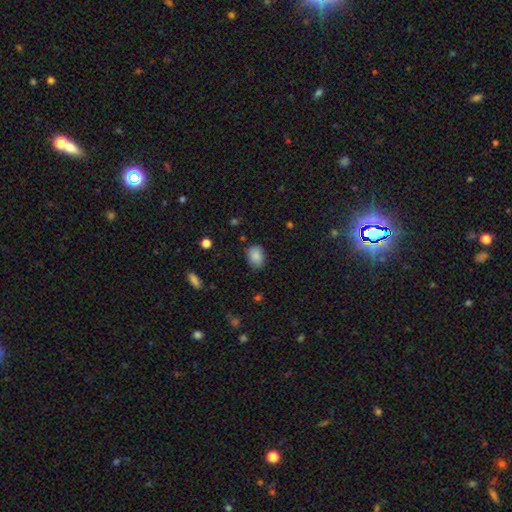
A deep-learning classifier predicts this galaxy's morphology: Q: Smooth or featured?
A: smooth (86%); runner-up: star or artifact (8%)
Q: How rounded?
A: in between (64%); runner-up: round (35%)
Q: Merging?
A: none (75%); runner-up: minor disturbance (20%)